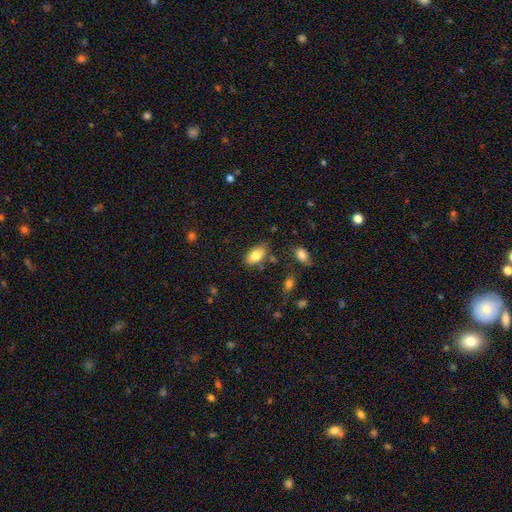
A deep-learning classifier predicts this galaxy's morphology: smooth 82%, featured or disk 11%, star or artifact 8%. Down the decision tree: how rounded — in between (92%); merging — none (76%).